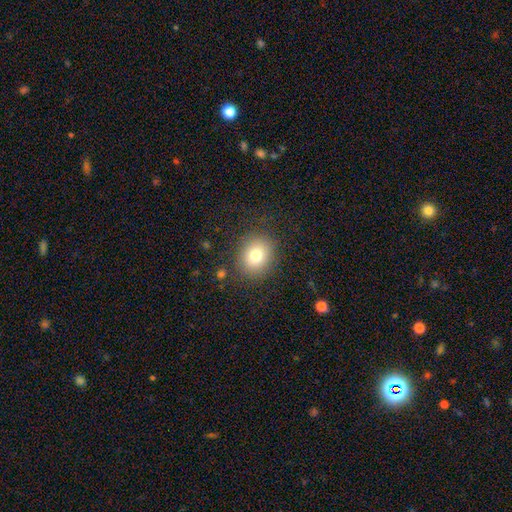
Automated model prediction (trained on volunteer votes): Smooth or featured: smooth — 78% (star or artifact — 11%)
How rounded: round — 65% (in between — 34%)
Merging: none — 85% (minor disturbance — 9%)